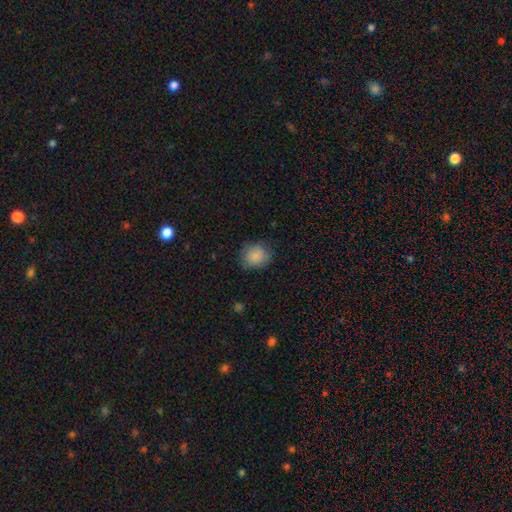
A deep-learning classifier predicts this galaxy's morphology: Smooth or featured? Predicted: smooth (p=0.86). How rounded? Predicted: round (p=0.77). Merging? Predicted: none (p=0.77).